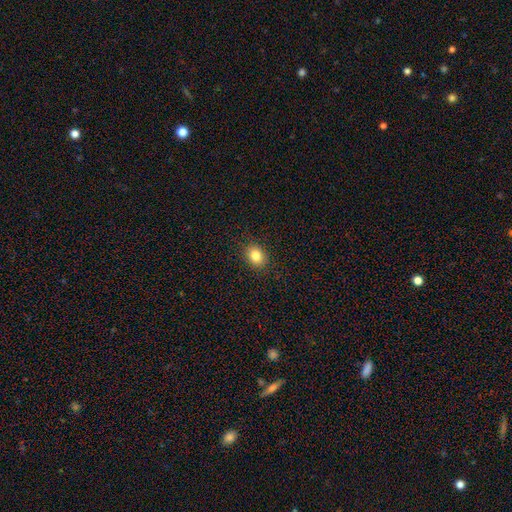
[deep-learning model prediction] A smooth galaxy with no disk features (83%) that is round (55%). Merging: none (90%).